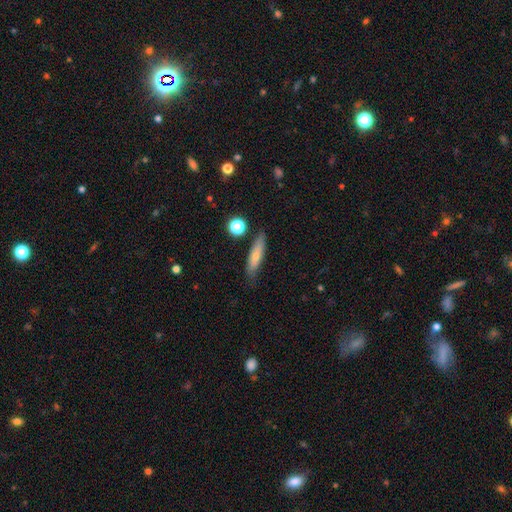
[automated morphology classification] A smooth galaxy with no disk features (68%) that is cigar-shaped (76%). Merging: none (78%).